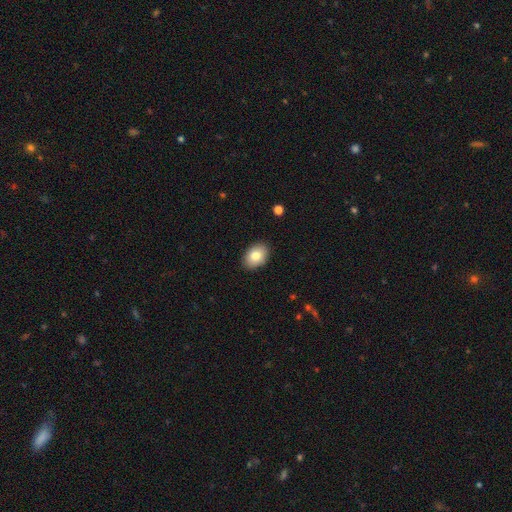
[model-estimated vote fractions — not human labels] Q: Smooth or featured?
A: smooth (82%); runner-up: featured or disk (10%)
Q: How rounded?
A: in between (80%); runner-up: round (19%)
Q: Merging?
A: none (89%); runner-up: minor disturbance (8%)